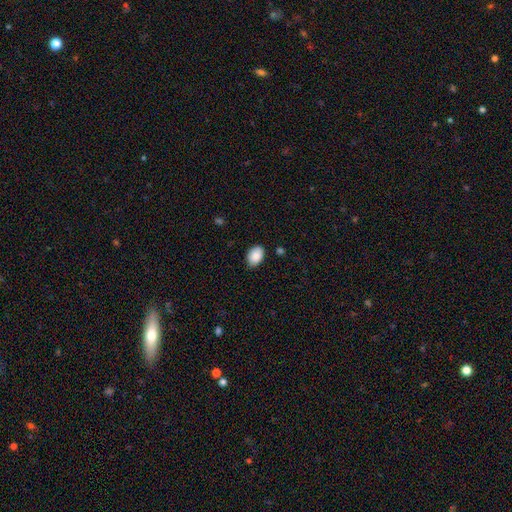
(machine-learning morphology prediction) Smooth or featured? Predicted: smooth (p=0.87). How rounded? Predicted: in between (p=0.83). Merging? Predicted: none (p=0.83).